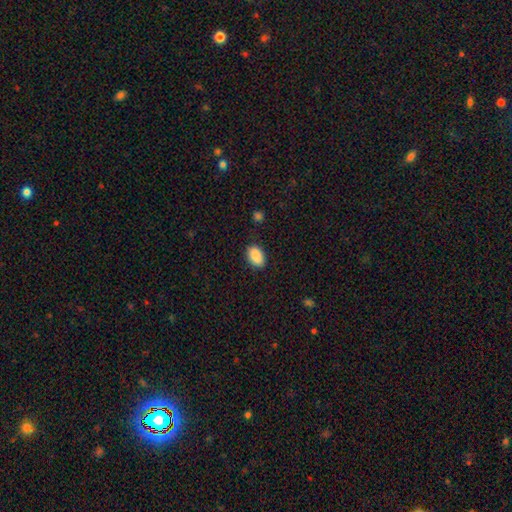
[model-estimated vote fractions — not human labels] Smooth or featured? smooth (90%)
How rounded? in between (90%)
Merging? none (86%)